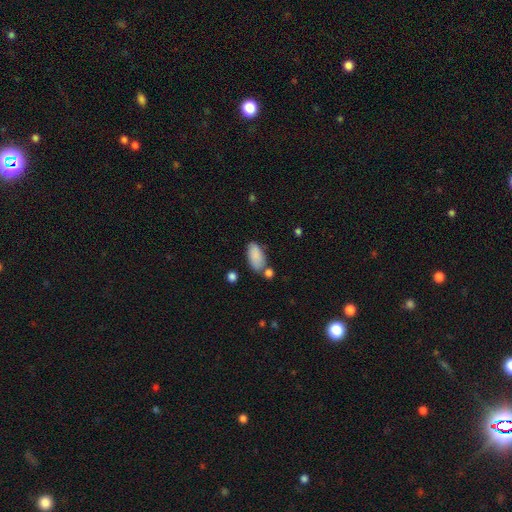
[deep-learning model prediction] Smooth or featured? smooth (86%)
How rounded? in between (91%)
Merging? none (64%)